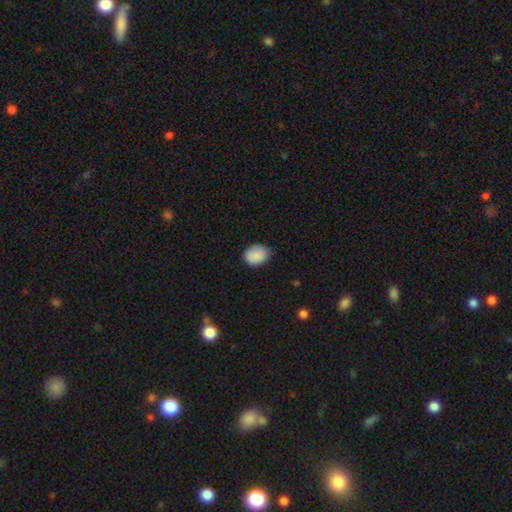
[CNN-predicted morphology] This is clearly a smooth galaxy (88%). How rounded: possibly in between (57%). Merging: likely none (77%).